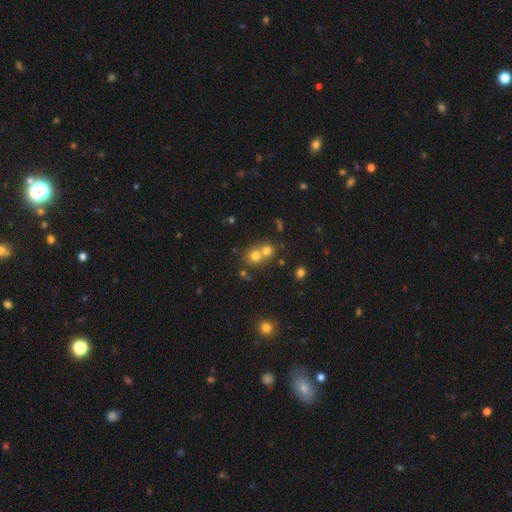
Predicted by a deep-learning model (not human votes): A smooth galaxy with no disk features (71%) that is round (83%). Merging: merger (53%).